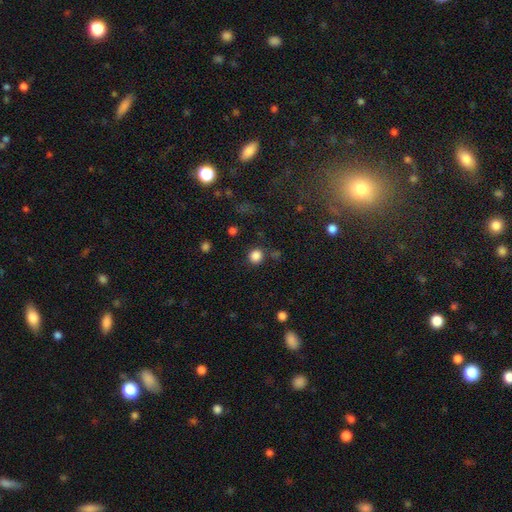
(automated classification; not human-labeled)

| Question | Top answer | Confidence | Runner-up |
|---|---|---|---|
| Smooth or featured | smooth | 84% | star or artifact (13%) |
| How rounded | round | 89% | in between (10%) |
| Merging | none | 84% | minor disturbance (9%) |